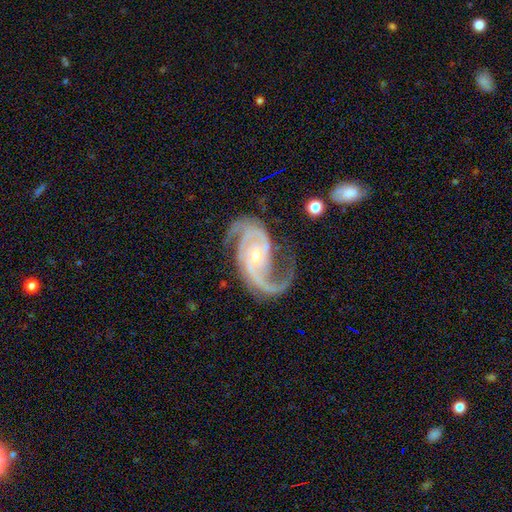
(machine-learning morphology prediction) This is clearly a featured or disk galaxy (93%). It is clearly not viewed edge-on (98%). Bar: possibly no (56%). Spiral arm pattern: clearly yes (98%). Spiral arm count: clearly 2 (82%). Spiral winding: possibly medium (57%). Central bulge: likely small (74%). Merging: likely none (64%).